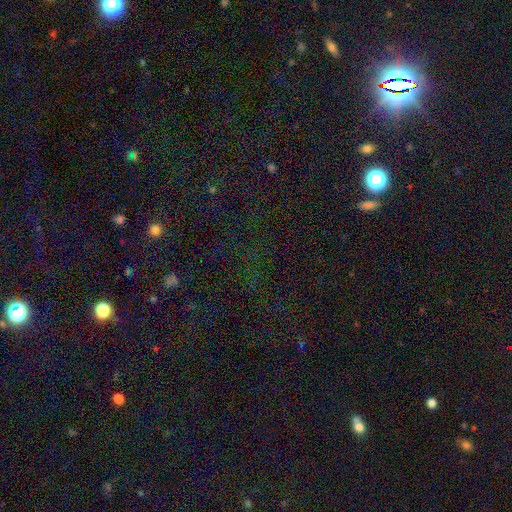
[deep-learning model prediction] Smooth or featured? Predicted: star or artifact (p=0.75).